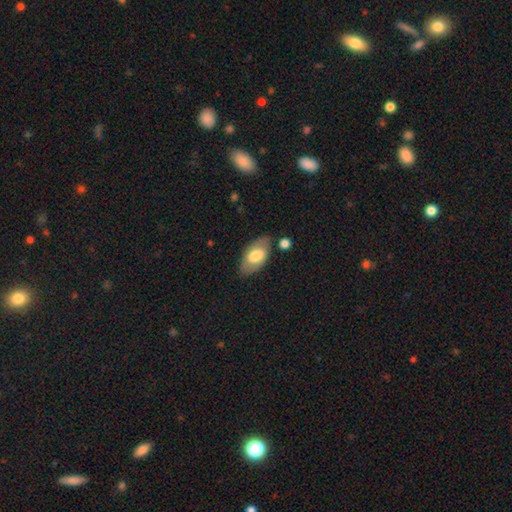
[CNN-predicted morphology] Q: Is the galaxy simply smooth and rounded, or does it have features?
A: smooth — 64%.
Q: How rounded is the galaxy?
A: in between — 94%.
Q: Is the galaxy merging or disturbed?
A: none — 74%.